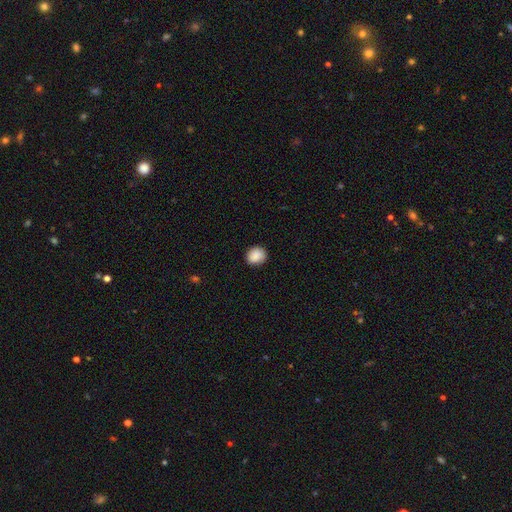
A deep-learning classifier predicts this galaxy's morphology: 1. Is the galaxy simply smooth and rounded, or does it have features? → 86% smooth, 8% star or artifact, 6% featured or disk.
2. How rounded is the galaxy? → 79% round, 20% in between, 1% cigar-shaped.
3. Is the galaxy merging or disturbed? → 86% none, 10% minor disturbance, 2% major disturbance, 1% merger.